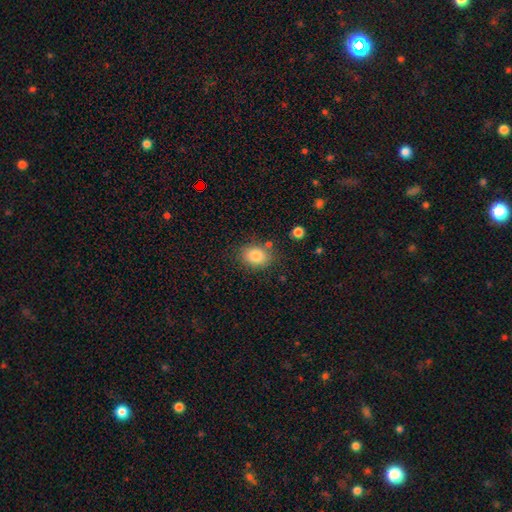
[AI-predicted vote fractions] Smooth or featured? smooth (84%)
How rounded? in between (60%)
Merging? none (78%)